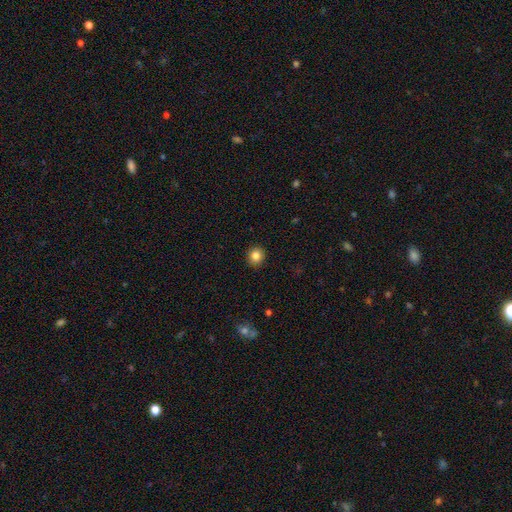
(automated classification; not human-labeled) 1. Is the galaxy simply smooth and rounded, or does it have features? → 83% smooth, 10% star or artifact, 6% featured or disk.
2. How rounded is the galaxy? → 88% round, 11% in between, 1% cigar-shaped.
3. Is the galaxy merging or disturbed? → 92% none, 6% minor disturbance, 2% major disturbance, 1% merger.